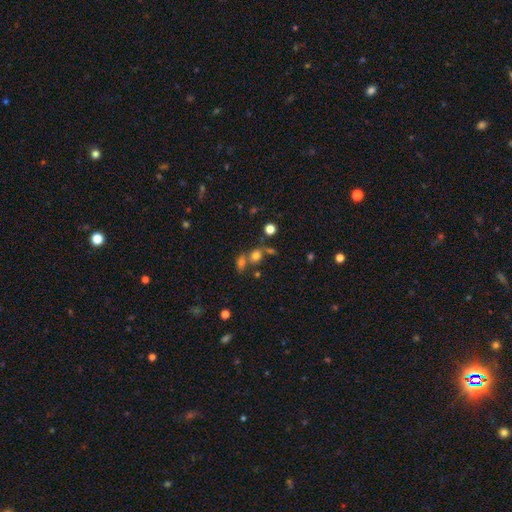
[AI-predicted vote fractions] Morphology: type=smooth (69%); roundness=round (62%); merging=none (45%).